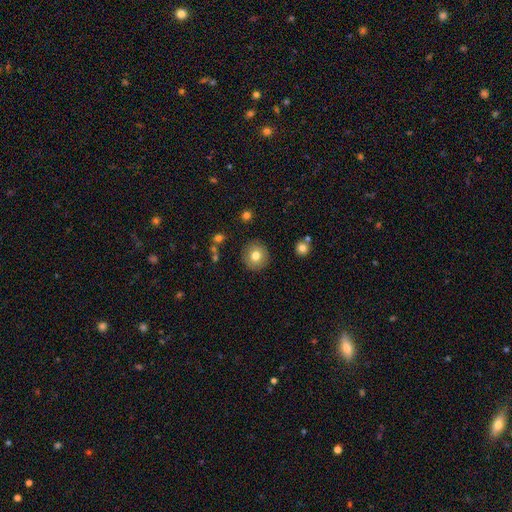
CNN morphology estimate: Q: Smooth or featured?
A: smooth (77%); runner-up: featured or disk (13%)
Q: How rounded?
A: round (94%); runner-up: in between (6%)
Q: Merging?
A: none (89%); runner-up: minor disturbance (7%)